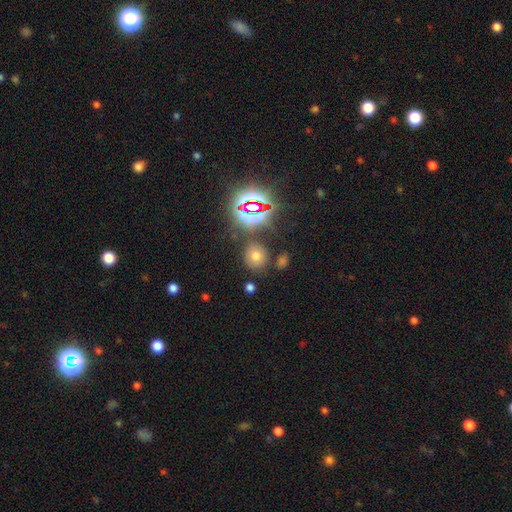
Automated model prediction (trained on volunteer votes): smooth_or_featured: smooth (p=0.60) [alt: star or artifact p=0.29]
how_rounded: round (p=0.76) [alt: in between p=0.23]
merging: none (p=0.79) [alt: minor disturbance p=0.11]